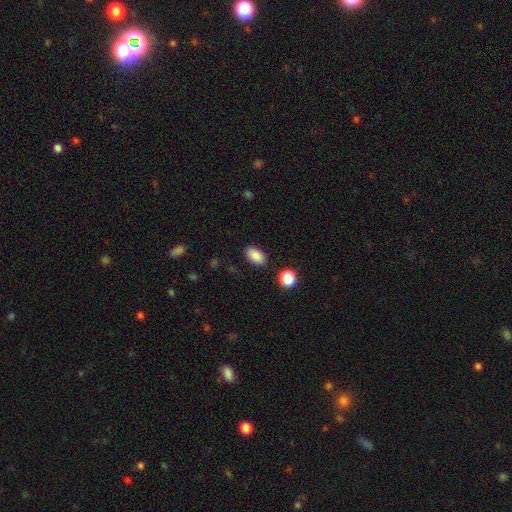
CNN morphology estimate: Smooth or featured: smooth — 86% (star or artifact — 9%)
How rounded: in between — 91% (round — 8%)
Merging: none — 87% (minor disturbance — 9%)